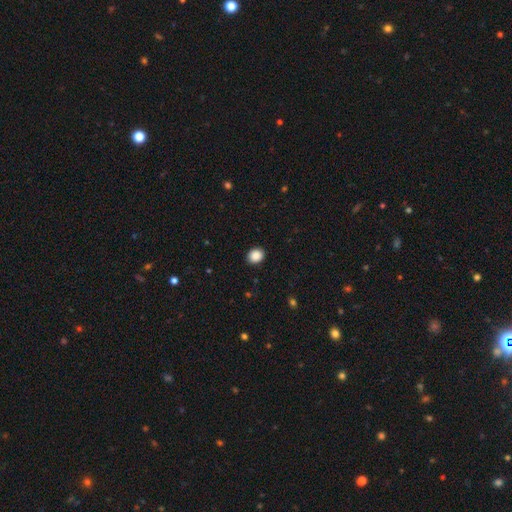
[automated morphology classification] Smooth or featured? smooth (89%)
How rounded? round (61%)
Merging? none (91%)